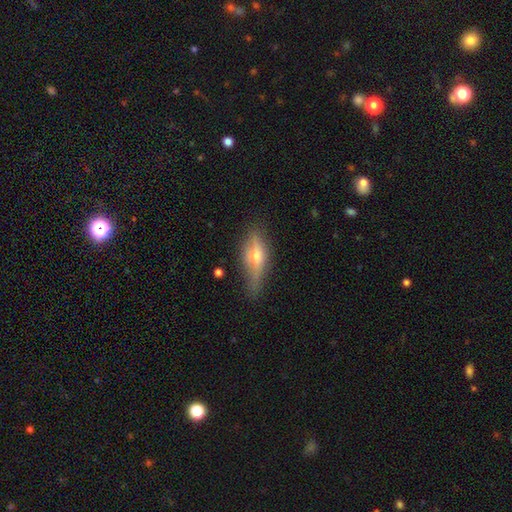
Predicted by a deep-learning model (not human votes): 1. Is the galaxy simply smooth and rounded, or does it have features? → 58% featured or disk, 34% smooth, 8% star or artifact.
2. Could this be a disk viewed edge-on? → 87% yes, 13% no.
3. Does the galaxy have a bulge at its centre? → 90% rounded, 6% boxy, 4% none.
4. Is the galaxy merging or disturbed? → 67% none, 24% minor disturbance, 7% major disturbance, 2% merger.